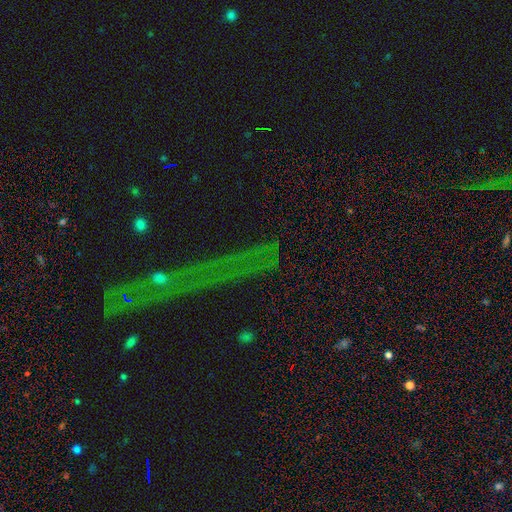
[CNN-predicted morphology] star or artifact 74%, smooth 14%, featured or disk 12%.